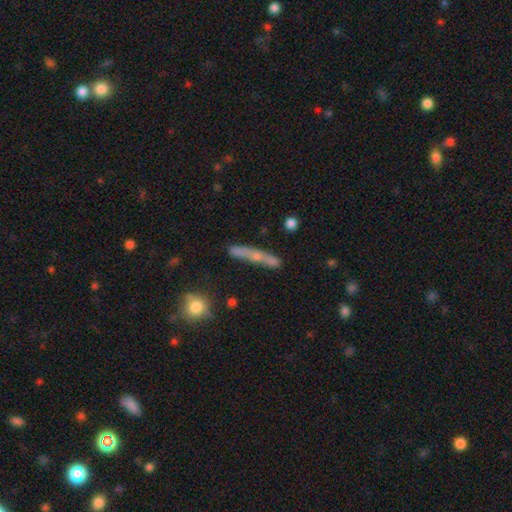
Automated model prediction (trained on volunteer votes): A smooth galaxy with no disk features (54%) that is cigar-shaped (87%). Merging: none (58%).